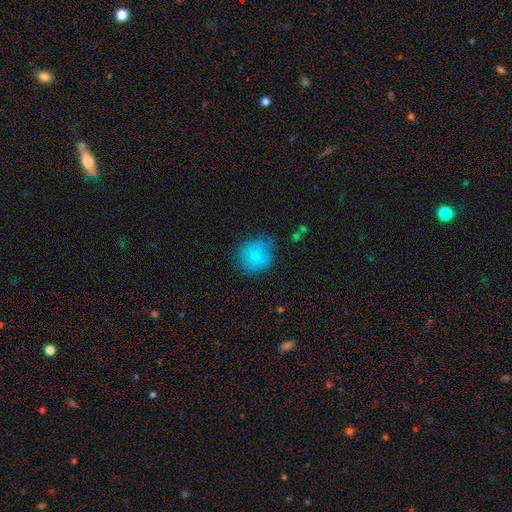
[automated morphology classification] A smooth galaxy with no disk features (70%) that is round (85%).

Vote fractions:
- Smooth or featured? smooth: 70% / featured or disk: 21% / star or artifact: 9%
- How rounded? round: 85% / in between: 14% / cigar-shaped: 1%
- Merging? none: 57% / minor disturbance: 27% / major disturbance: 10% / merger: 5%